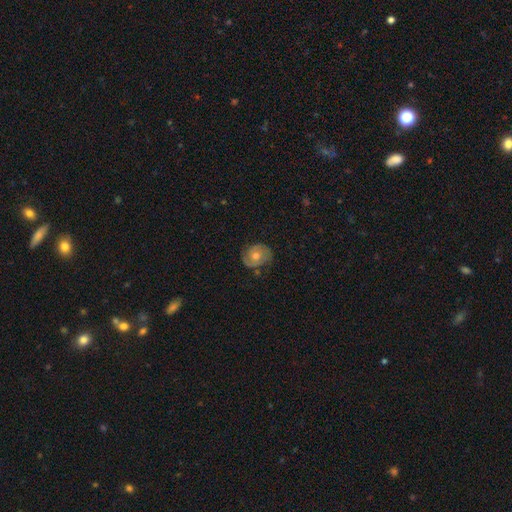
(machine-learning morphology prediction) This appears to be a featured or disk galaxy (66%) with no bar (78%), 2 (65%) tight (60%) spiral arms (85%) and a moderate central bulge (71%). Merging: none (77%).